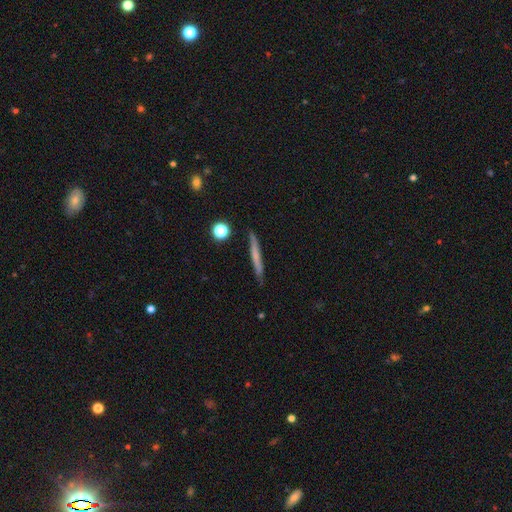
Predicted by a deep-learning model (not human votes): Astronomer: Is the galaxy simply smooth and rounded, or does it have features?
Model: smooth — 54% (runner-up: featured or disk, 38%).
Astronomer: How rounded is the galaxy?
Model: cigar-shaped — 94%.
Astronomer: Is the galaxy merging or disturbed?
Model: none — 88%.